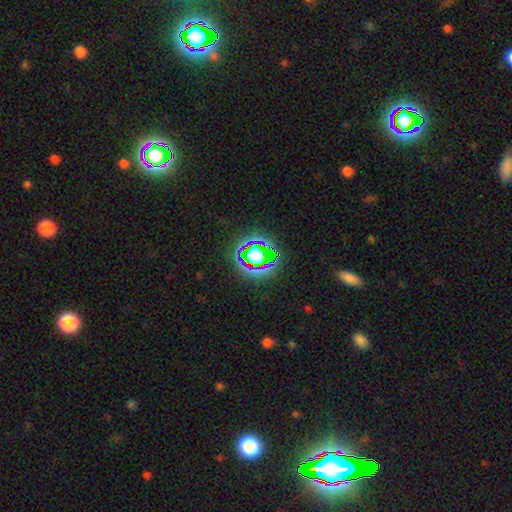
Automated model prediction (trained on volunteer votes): Smooth or featured? star or artifact (59%)